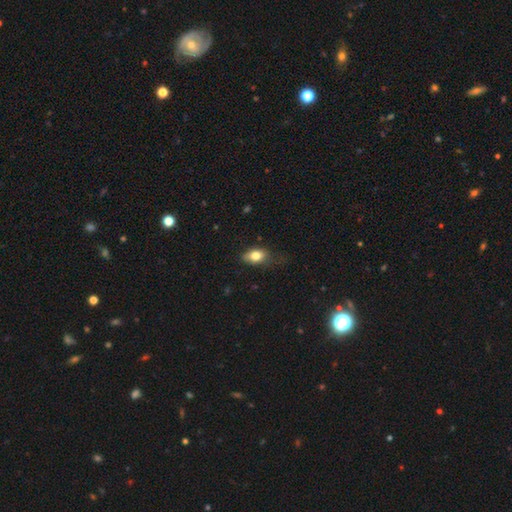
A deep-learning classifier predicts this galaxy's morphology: Smooth or featured? smooth (79%)
How rounded? in between (84%)
Merging? none (54%)